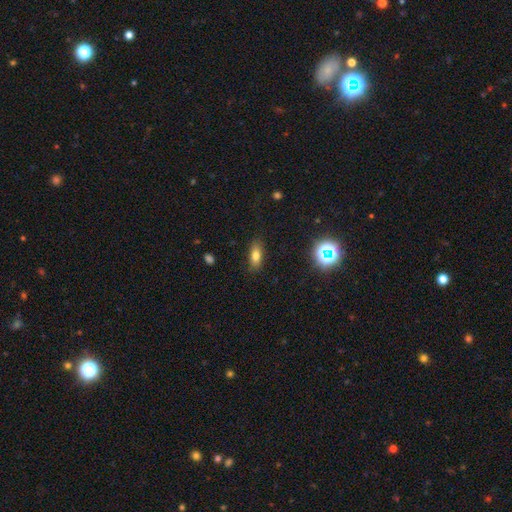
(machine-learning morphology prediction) This appears to be a smooth galaxy with no disk features (75%) that is in between round and cigar-shaped (77%). Merging: none (86%).